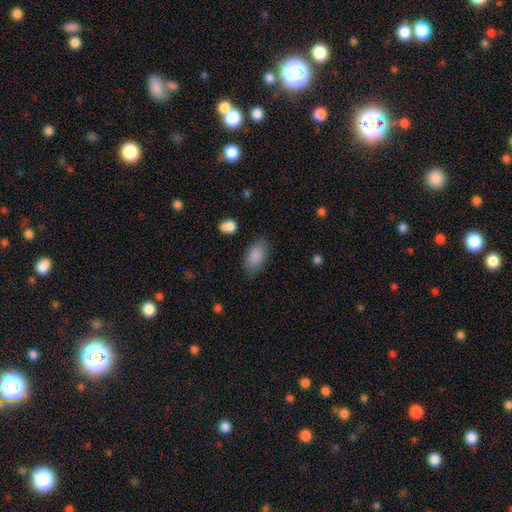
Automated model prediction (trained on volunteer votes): A smooth galaxy with no disk features (87%) that is in between round and cigar-shaped (92%).

Vote fractions:
- Smooth or featured? smooth: 87% / star or artifact: 7% / featured or disk: 6%
- How rounded? in between: 92% / round: 4% / cigar-shaped: 4%
- Merging? none: 78% / minor disturbance: 16% / major disturbance: 4% / merger: 2%